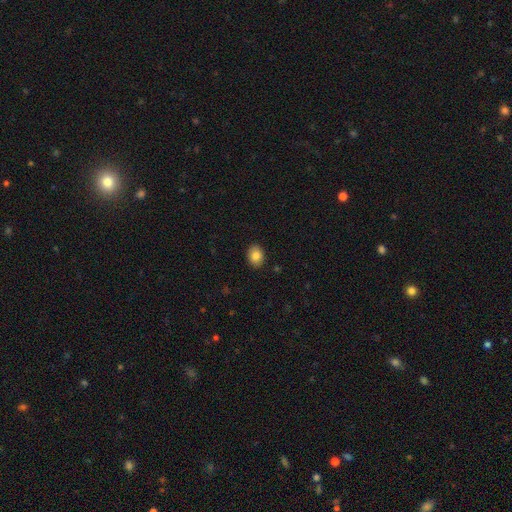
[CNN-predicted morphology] This is clearly a smooth galaxy (85%). How rounded: likely in between (66%). Merging: clearly none (89%).